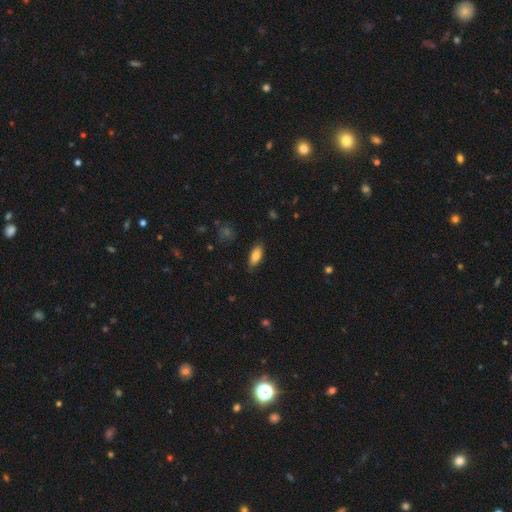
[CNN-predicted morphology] Smooth or featured: smooth — 82% (featured or disk — 10%)
How rounded: in between — 85% (cigar-shaped — 12%)
Merging: none — 80% (minor disturbance — 16%)